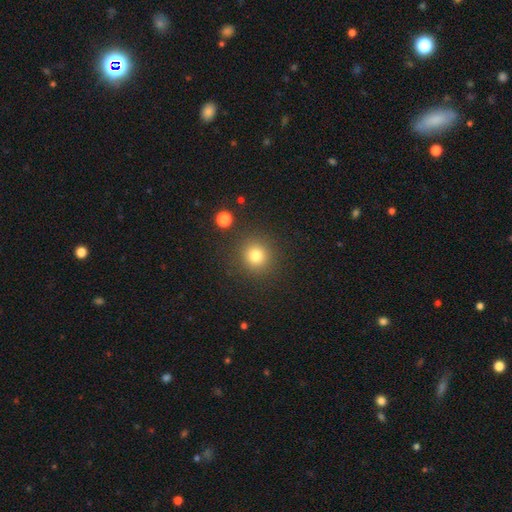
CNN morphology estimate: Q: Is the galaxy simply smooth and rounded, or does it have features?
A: smooth — 79%.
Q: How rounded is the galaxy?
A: round — 92%.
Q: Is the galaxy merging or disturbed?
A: none — 88%.